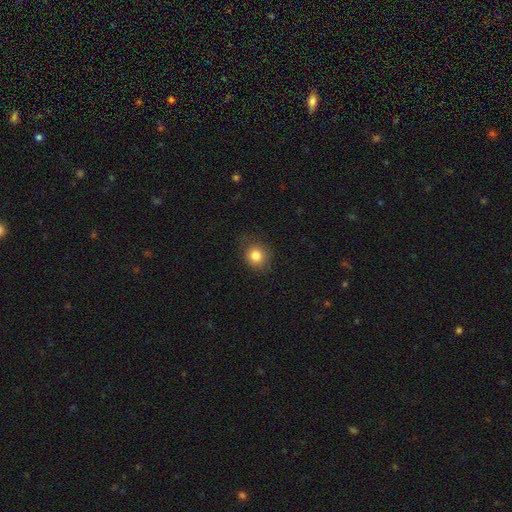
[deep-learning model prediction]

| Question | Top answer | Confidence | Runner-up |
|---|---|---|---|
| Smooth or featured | smooth | 82% | star or artifact (11%) |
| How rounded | round | 78% | in between (21%) |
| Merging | none | 79% | minor disturbance (16%) |